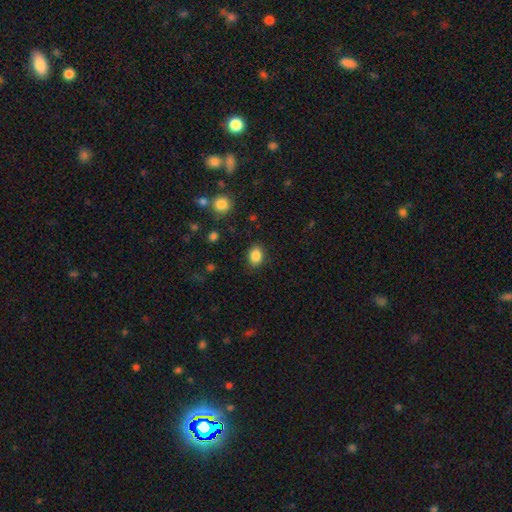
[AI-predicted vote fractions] Smooth or featured: smooth — 86% (star or artifact — 9%)
How rounded: in between — 63% (round — 36%)
Merging: none — 86% (minor disturbance — 10%)